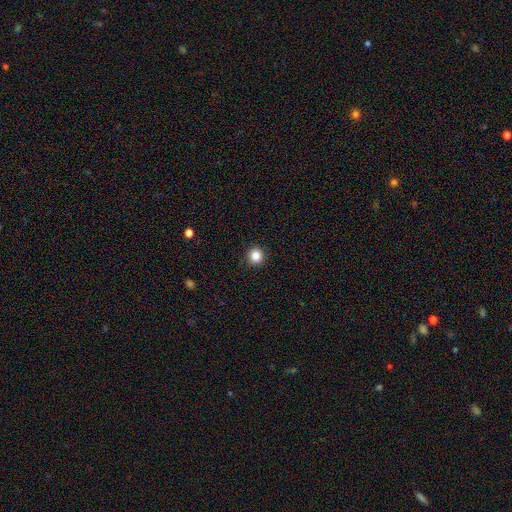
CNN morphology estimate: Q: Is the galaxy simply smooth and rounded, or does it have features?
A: smooth — 85%.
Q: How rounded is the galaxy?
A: round — 93%.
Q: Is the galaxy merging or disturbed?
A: none — 92%.